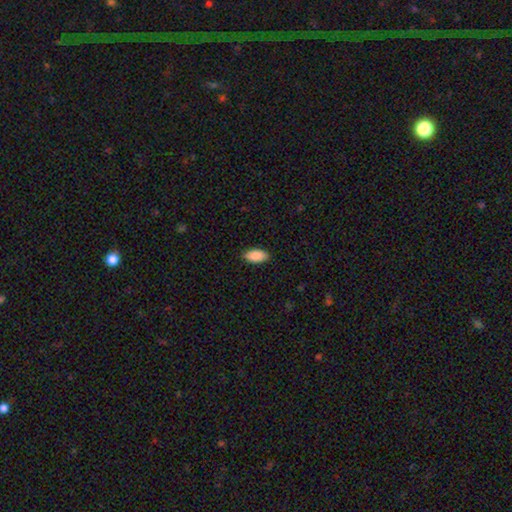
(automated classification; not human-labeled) A smooth galaxy with no disk features (90%) that is in between round and cigar-shaped (94%). Merging: none (89%).